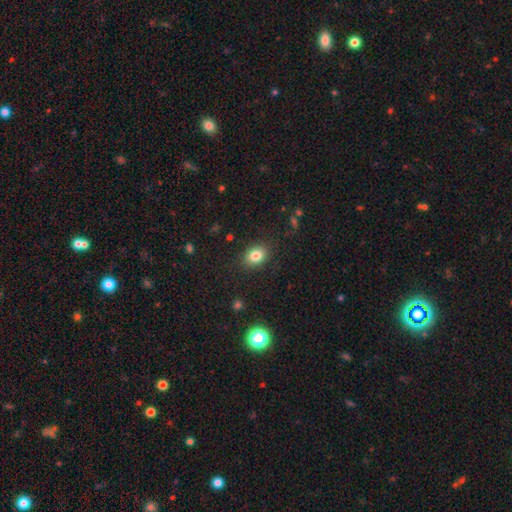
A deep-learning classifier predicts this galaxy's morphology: Smooth or featured: smooth — 82% (star or artifact — 10%)
How rounded: in between — 66% (round — 33%)
Merging: none — 86% (minor disturbance — 10%)